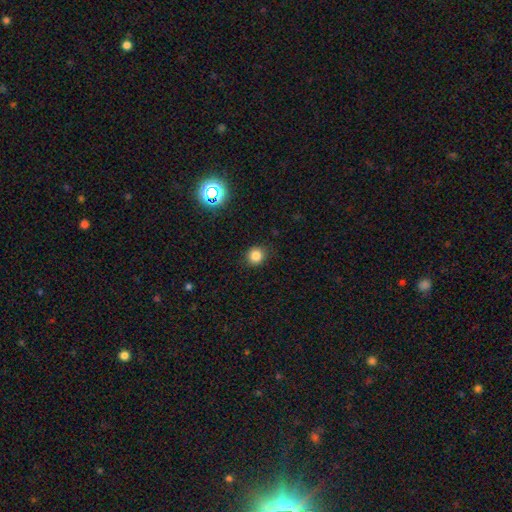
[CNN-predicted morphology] smooth 82%, star or artifact 14%, featured or disk 4%. Down the decision tree: how rounded — round (89%); merging — none (89%).